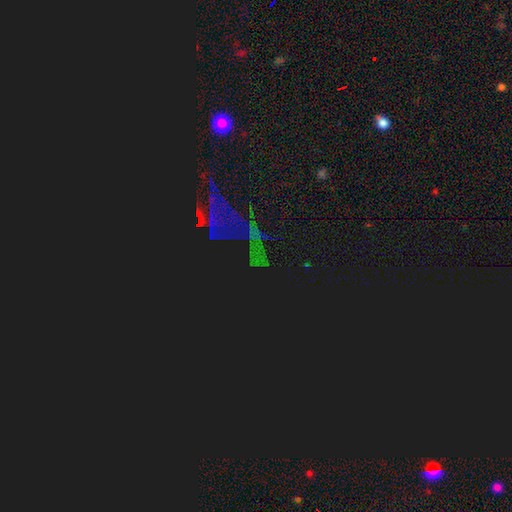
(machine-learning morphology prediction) This appears to be a star or artifact, not a galaxy (80%).